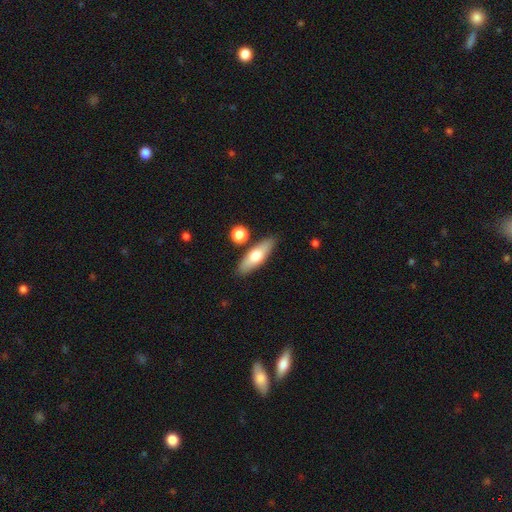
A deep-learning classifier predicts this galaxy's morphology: type=smooth (61%); roundness=in between (50%); merging=none (83%).